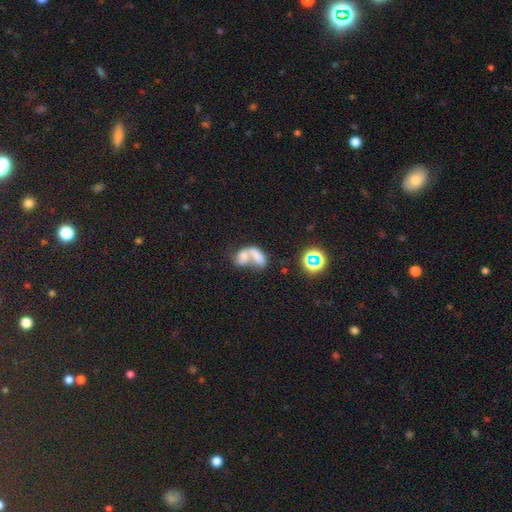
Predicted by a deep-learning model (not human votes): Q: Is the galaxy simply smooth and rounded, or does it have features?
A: smooth — 62%.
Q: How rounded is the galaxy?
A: in between — 82%.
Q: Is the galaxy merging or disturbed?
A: merger — 73%.